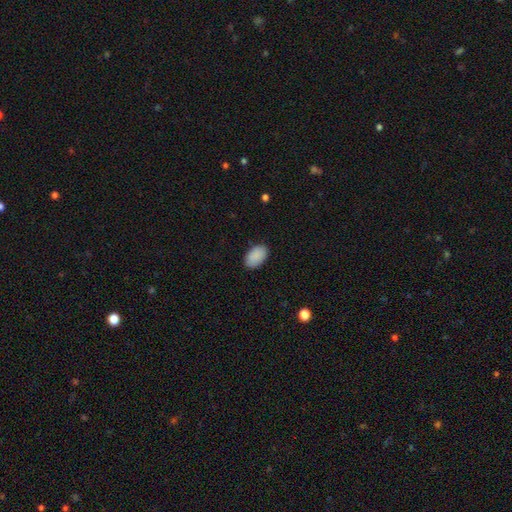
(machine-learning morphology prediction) A smooth galaxy with no disk features (90%) that is in between round and cigar-shaped (94%). Merging: none (87%).